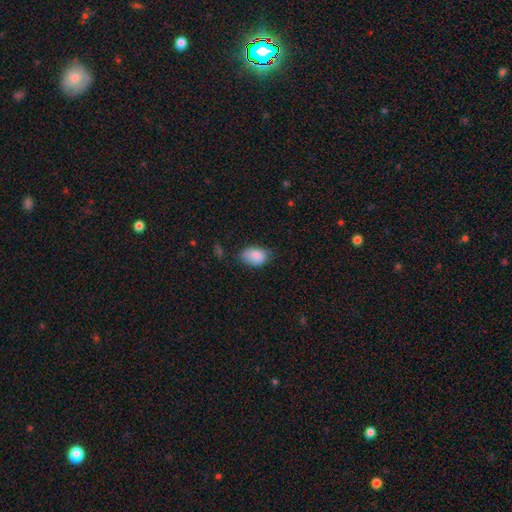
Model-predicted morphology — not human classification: This is clearly a smooth galaxy (85%). How rounded: clearly in between (84%). Merging: likely none (61%).